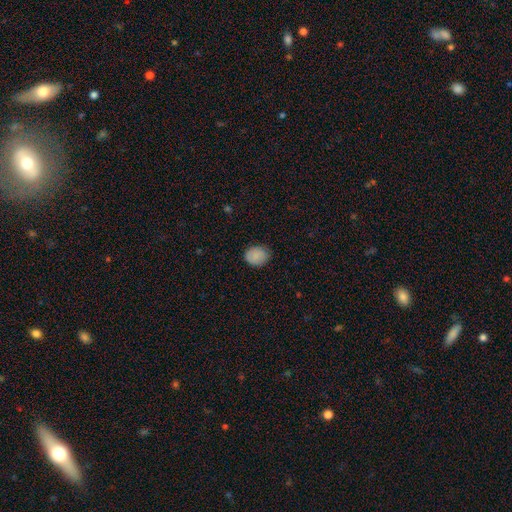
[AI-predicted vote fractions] Q: Smooth or featured?
A: smooth (82%); runner-up: featured or disk (9%)
Q: How rounded?
A: round (58%); runner-up: in between (41%)
Q: Merging?
A: none (79%); runner-up: minor disturbance (16%)